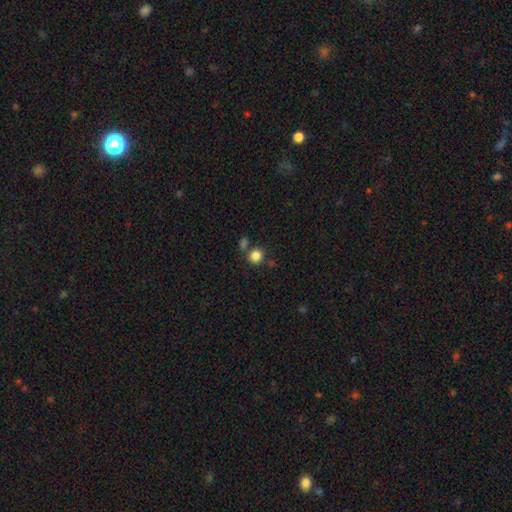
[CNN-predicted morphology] Smooth or featured?
  - smooth: 85% *
  - star or artifact: 11%
  - featured or disk: 4%
How rounded?
  - round: 88% *
  - in between: 11%
  - cigar-shaped: 1%
Merging?
  - none: 73% *
  - merger: 14%
  - minor disturbance: 9%
  - major disturbance: 4%